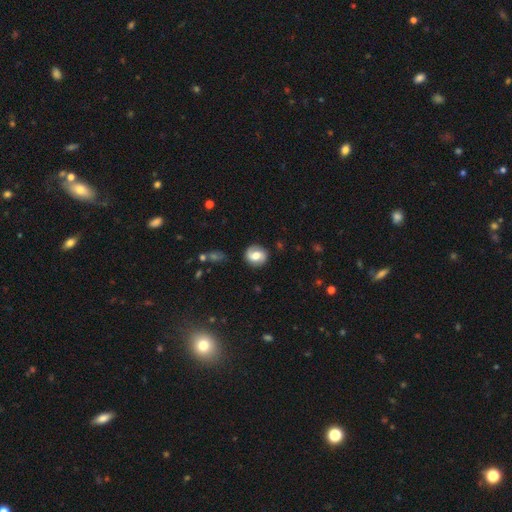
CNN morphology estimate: This is possibly a featured or disk galaxy (48%). Merging: clearly none (83%).